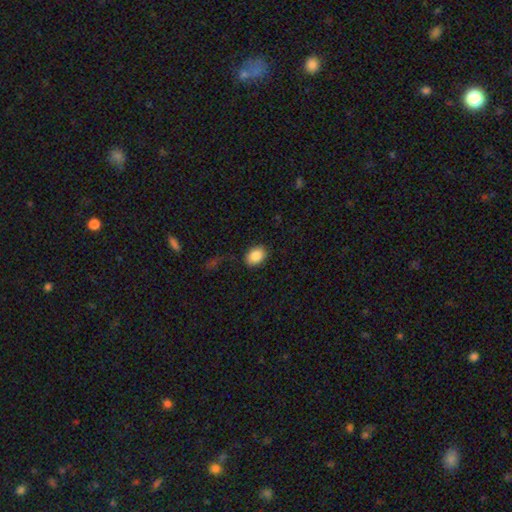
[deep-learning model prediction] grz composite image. It shows a smooth galaxy with no disk features (86%) that is in between round and cigar-shaped (72%). Merging: none (86%).